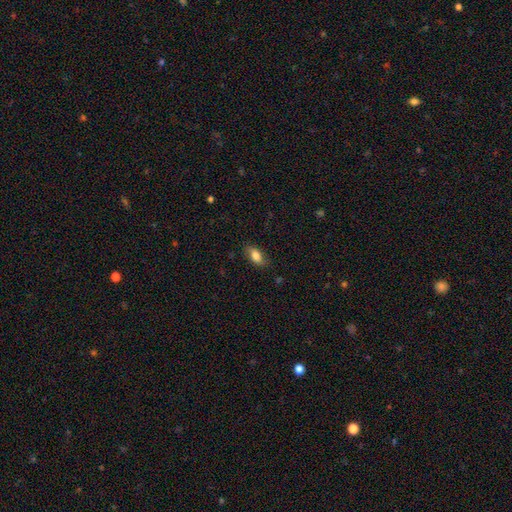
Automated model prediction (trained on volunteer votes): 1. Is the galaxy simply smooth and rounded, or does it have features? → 81% smooth, 11% featured or disk, 7% star or artifact.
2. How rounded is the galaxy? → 86% in between, 9% cigar-shaped, 5% round.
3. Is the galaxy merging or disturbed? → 79% none, 16% minor disturbance, 4% major disturbance, 1% merger.